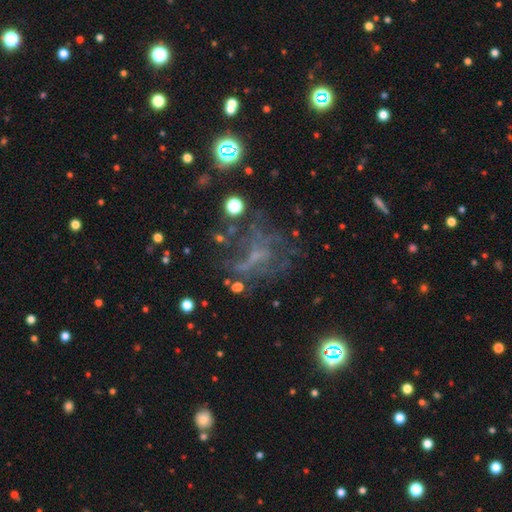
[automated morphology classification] featured or disk 52%, star or artifact 31%, smooth 17%. Down the decision tree: edge-on disk — no (96%); merging — none (47%).